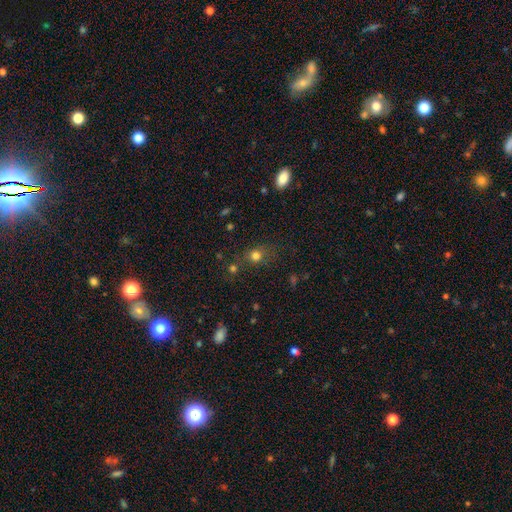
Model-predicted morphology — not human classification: Overall: smooth (73%). How rounded: round (74%). Merging: none (67%).